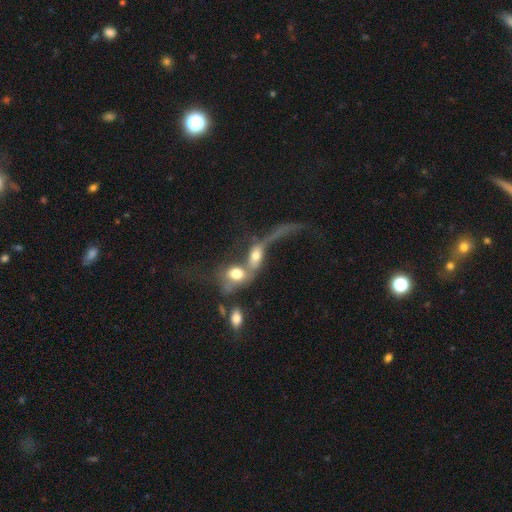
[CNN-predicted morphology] smooth-or-featured: smooth: 51% | featured or disk: 36% | star or artifact: 12%
  how-rounded: in between: 66% | round: 23% | cigar-shaped: 11%
  merging: merger: 69% | major disturbance: 16% | none: 9% | minor disturbance: 5%